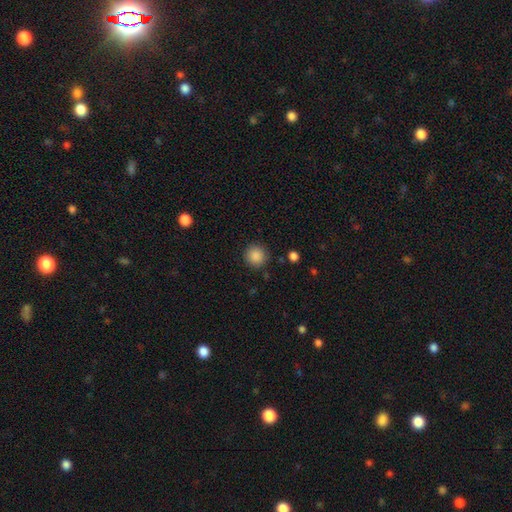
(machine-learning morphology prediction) A smooth galaxy with no disk features (88%) that is round (94%).

Vote fractions:
- Smooth or featured? smooth: 88% / star or artifact: 9% / featured or disk: 3%
- How rounded? round: 94% / in between: 5% / cigar-shaped: 1%
- Merging? none: 90% / minor disturbance: 6% / major disturbance: 2% / merger: 2%